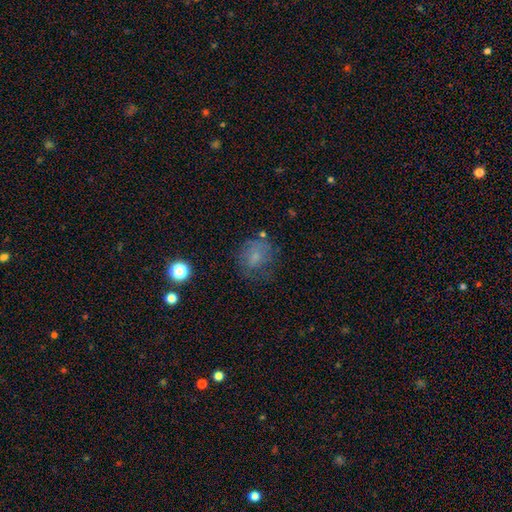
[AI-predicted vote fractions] smooth 58%, featured or disk 27%, star or artifact 15%. Down the decision tree: how rounded — round (71%); merging — none (57%).